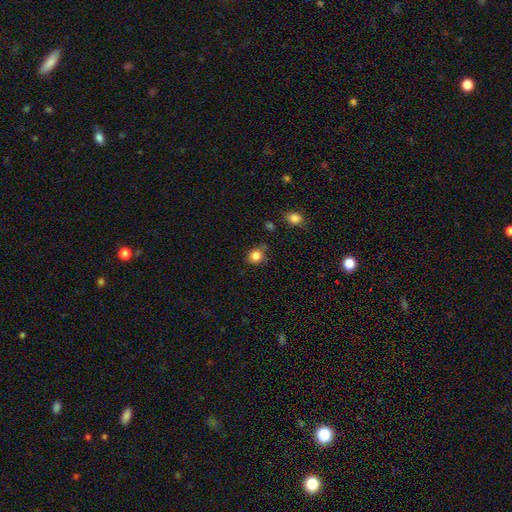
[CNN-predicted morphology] Smooth or featured?
  - smooth: 84% *
  - star or artifact: 11%
  - featured or disk: 5%
How rounded?
  - round: 78% *
  - in between: 21%
  - cigar-shaped: 1%
Merging?
  - none: 76% *
  - minor disturbance: 16%
  - merger: 5%
  - major disturbance: 4%